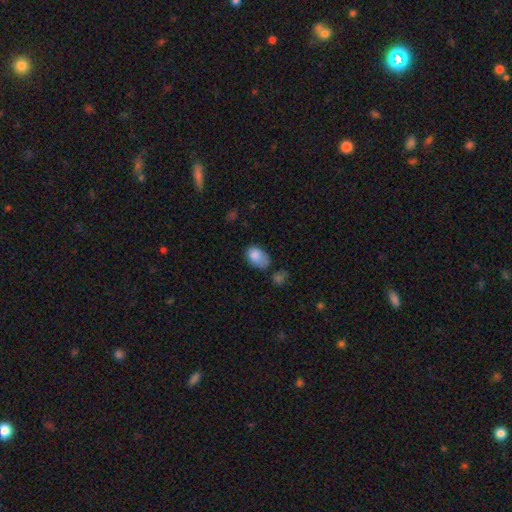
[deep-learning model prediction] This appears to be a smooth galaxy with no disk features (83%) that is in between round and cigar-shaped (84%). Merging: none (44%).